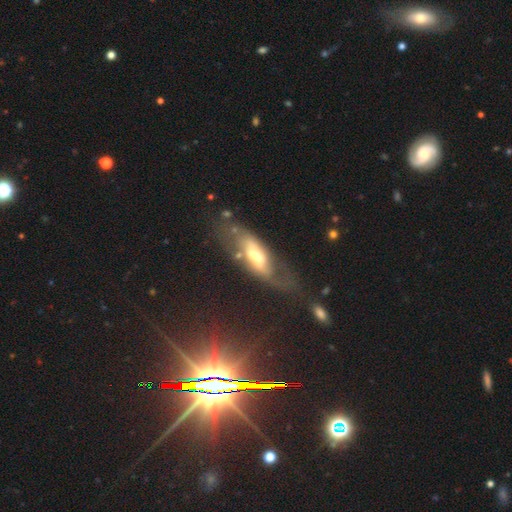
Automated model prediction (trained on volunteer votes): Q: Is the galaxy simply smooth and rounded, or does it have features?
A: featured or disk — 59%.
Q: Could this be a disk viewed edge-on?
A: no — 72%.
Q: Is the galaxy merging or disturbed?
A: none — 44%.